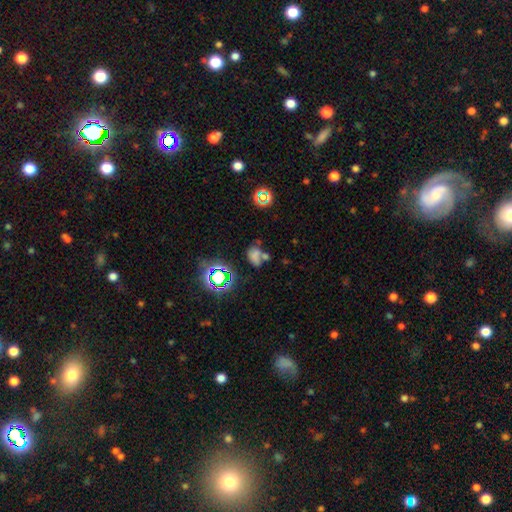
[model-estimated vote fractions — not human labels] This appears to be a smooth galaxy with no disk features (58%) that is in between round and cigar-shaped (69%). Merging: merger (37%).